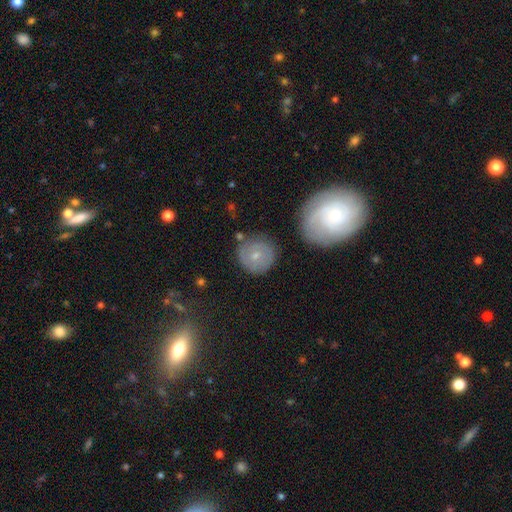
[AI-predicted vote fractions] smooth-or-featured: featured or disk: 52% | smooth: 40% | star or artifact: 8%
  disk-edge-on: no: 97% | yes: 3%
    bar: no: 59% | weak: 35% | strong: 6%
    has-spiral-arms: yes: 83% | no: 17%
    bulge-size: small: 53% | moderate: 42% | none: 3% | large: 2% | dominant: 1%
  merging: none: 78% | minor disturbance: 14% | merger: 5% | major disturbance: 4%